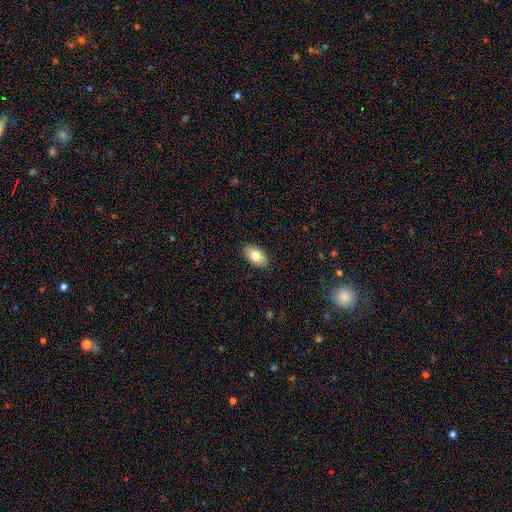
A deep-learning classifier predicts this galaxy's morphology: This is clearly a smooth galaxy (81%). How rounded: clearly in between (94%). Merging: clearly none (88%).